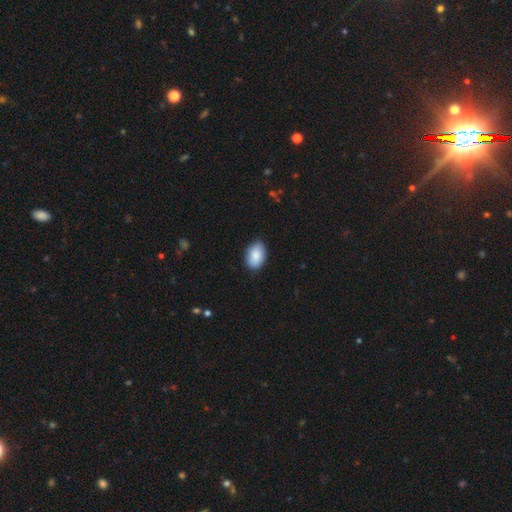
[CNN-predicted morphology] type=smooth (89%); roundness=in between (89%); merging=none (87%).